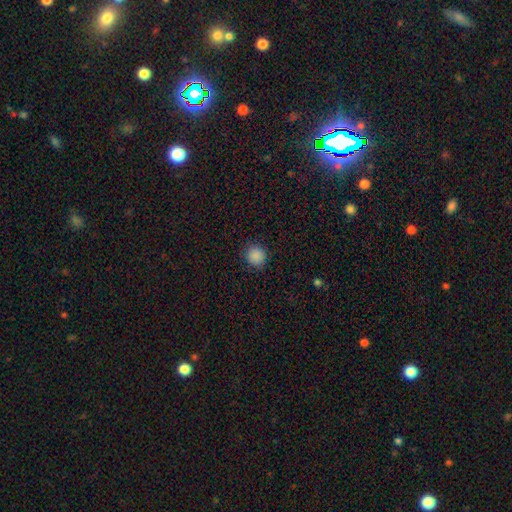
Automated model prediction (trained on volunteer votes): smooth-or-featured: smooth: 87% | star or artifact: 10% | featured or disk: 3%
  how-rounded: round: 92% | in between: 7% | cigar-shaped: 1%
  merging: none: 90% | minor disturbance: 6% | major disturbance: 2% | merger: 1%